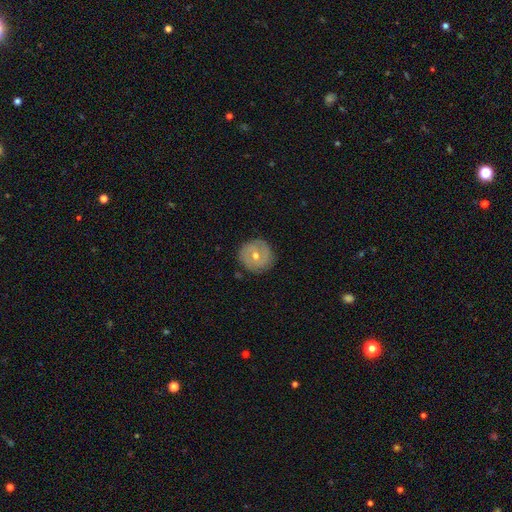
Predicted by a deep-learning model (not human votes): Smooth or featured? featured or disk (68%)
Edge-on disk? no (97%)
Bar? no (56%)
Spiral arms? yes (79%)
Spiral winding? tight (65%)
Spiral arm count? 2 (58%)
Bulge size? moderate (57%)
Merging? none (86%)